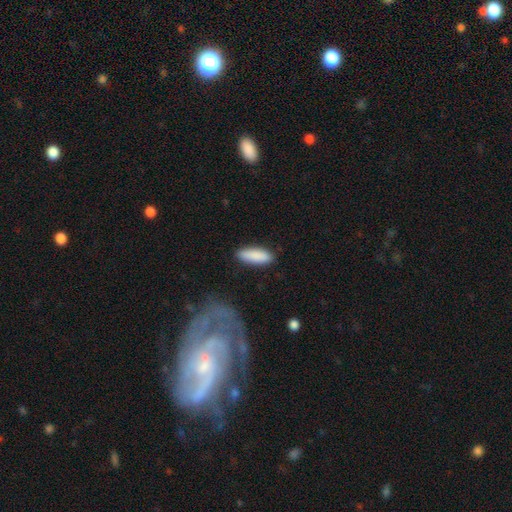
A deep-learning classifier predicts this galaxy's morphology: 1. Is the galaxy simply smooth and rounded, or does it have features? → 89% smooth, 6% featured or disk, 5% star or artifact.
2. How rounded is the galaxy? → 61% in between, 38% cigar-shaped, 2% round.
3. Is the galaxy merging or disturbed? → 87% none, 10% minor disturbance, 2% major disturbance, 1% merger.